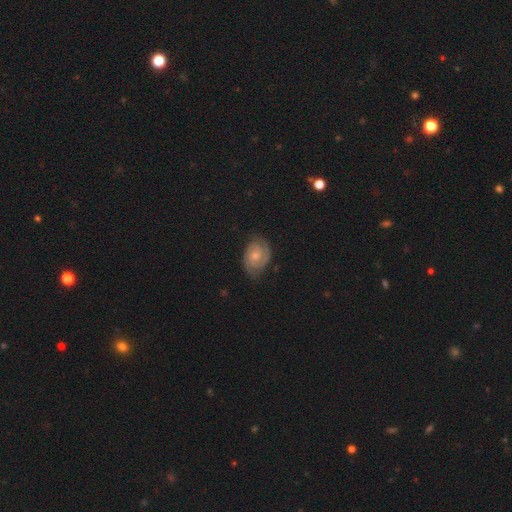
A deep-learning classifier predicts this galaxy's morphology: Smooth or featured?
  - featured or disk: 85% *
  - smooth: 10%
  - star or artifact: 5%
Edge-on disk?
  - no: 98% *
  - yes: 2%
Bar?
  - no: 67% *
  - weak: 28%
  - strong: 5%
Spiral arms?
  - yes: 97% *
  - no: 3%
Spiral winding?
  - tight: 66% *
  - medium: 29%
  - loose: 5%
Spiral arm count?
  - 2: 85% *
  - can't tell: 6%
  - 3: 4%
  - 1: 2%
  - 4: 1%
  - more than 4: 1%
Bulge size?
  - small: 46% *
  - moderate: 45%
  - none: 5%
  - large: 2%
  - dominant: 1%
Merging?
  - none: 78% *
  - minor disturbance: 16%
  - major disturbance: 4%
  - merger: 1%